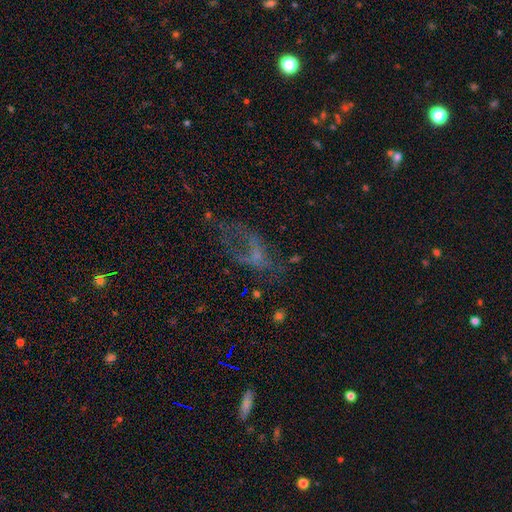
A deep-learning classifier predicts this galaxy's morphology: type=featured or disk (44%); merging=none (41%).